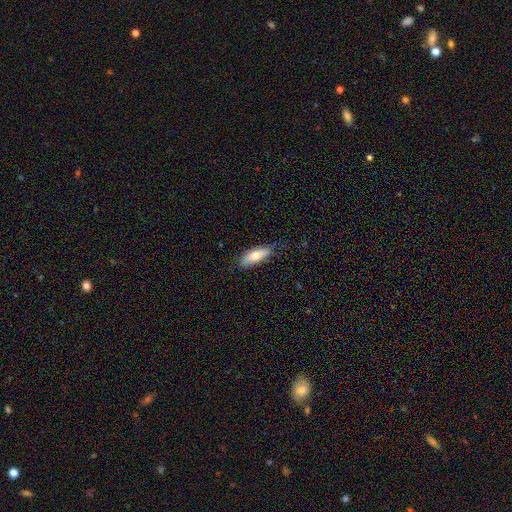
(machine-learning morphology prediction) The model was most divided on "how rounded": in between: 67%, cigar-shaped: 31%, round: 2%. More confident: merging — none (76%); smooth or featured — smooth (66%).